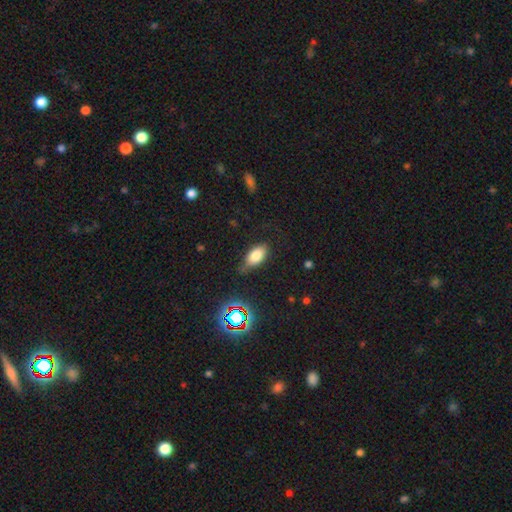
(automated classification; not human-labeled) smooth-or-featured: smooth: 76% | featured or disk: 12% | star or artifact: 12%
  how-rounded: in between: 89% | round: 5% | cigar-shaped: 5%
  merging: none: 70% | minor disturbance: 22% | major disturbance: 7% | merger: 2%